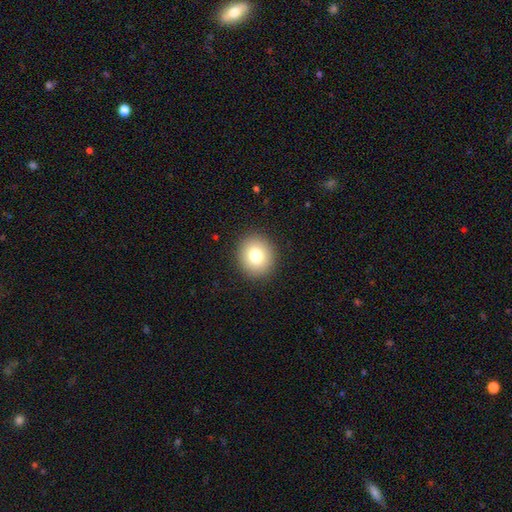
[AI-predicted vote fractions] A smooth galaxy with no disk features (79%) that is round (82%). Merging: none (91%).